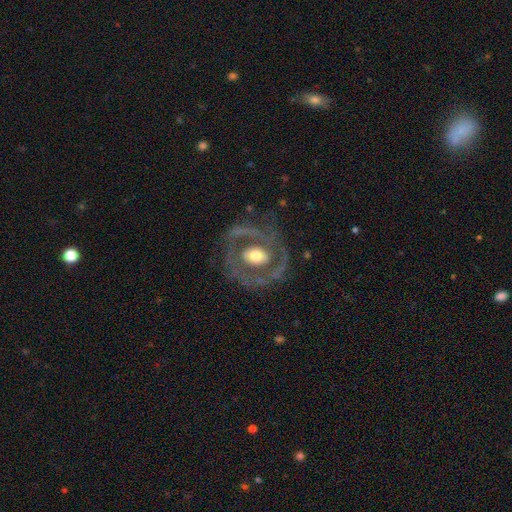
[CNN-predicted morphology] type=featured or disk (77%); edge-on=no (96%); bar=no (64%); spiral arms=yes (62%); bulge=moderate (66%); merging=none (70%).